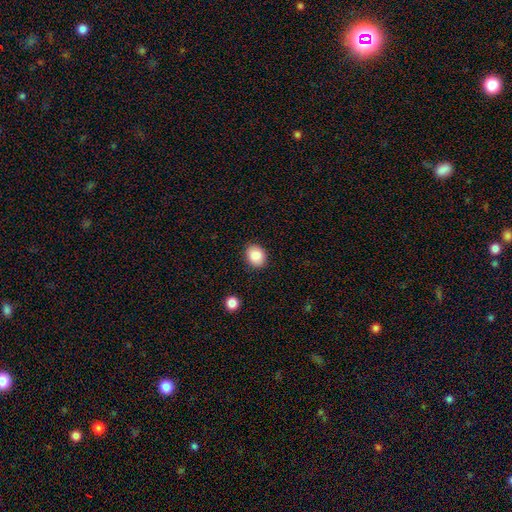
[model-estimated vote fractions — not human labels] The model was most divided on "how rounded": in between: 50%, round: 49%, cigar-shaped: 1%. More confident: smooth or featured — smooth (88%); merging — none (87%).